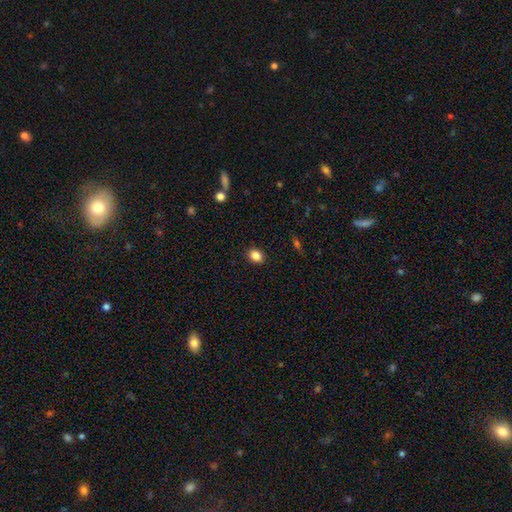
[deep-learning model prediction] A smooth galaxy with no disk features (86%) that is in between round and cigar-shaped (51%). Merging: none (90%).